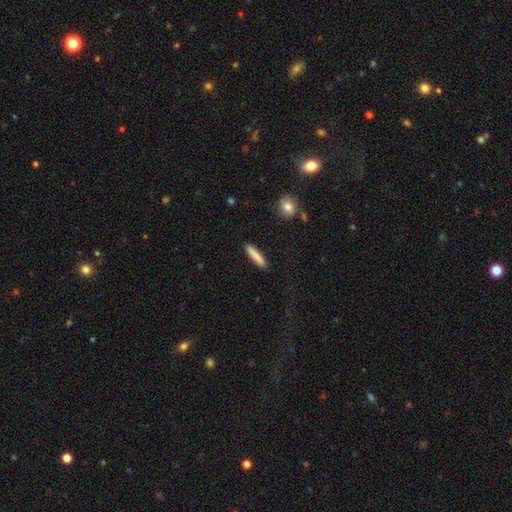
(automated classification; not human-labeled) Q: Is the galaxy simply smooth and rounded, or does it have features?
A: smooth — 83%.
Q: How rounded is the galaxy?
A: cigar-shaped — 91%.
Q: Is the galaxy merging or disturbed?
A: none — 91%.